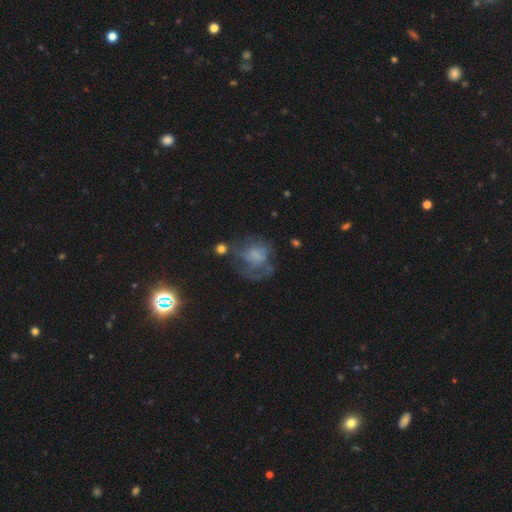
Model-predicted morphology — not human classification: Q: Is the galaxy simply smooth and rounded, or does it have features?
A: featured or disk — 44%.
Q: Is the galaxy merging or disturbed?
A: major disturbance — 37%.